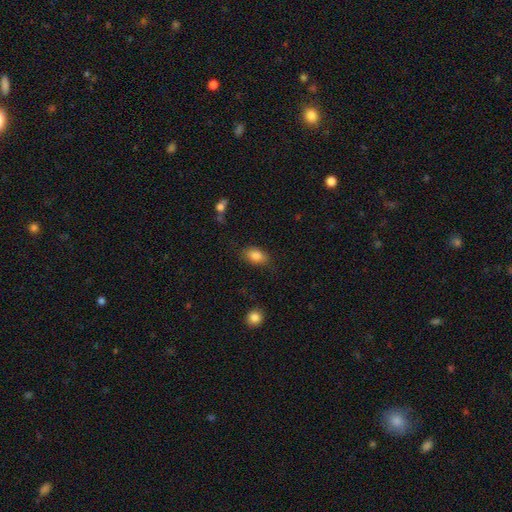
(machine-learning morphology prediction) Overall: smooth (84%). How rounded: in between (88%). Merging: none (79%).